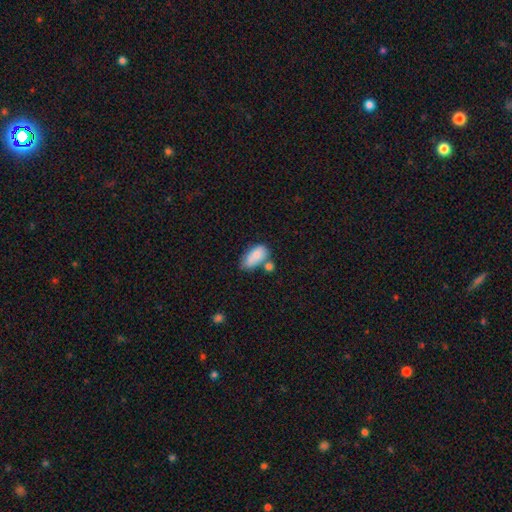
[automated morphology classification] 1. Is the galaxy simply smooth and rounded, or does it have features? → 79% smooth, 14% featured or disk, 7% star or artifact.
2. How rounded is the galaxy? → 92% in between, 5% round, 4% cigar-shaped.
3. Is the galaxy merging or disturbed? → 39% none, 29% merger, 23% minor disturbance, 9% major disturbance.